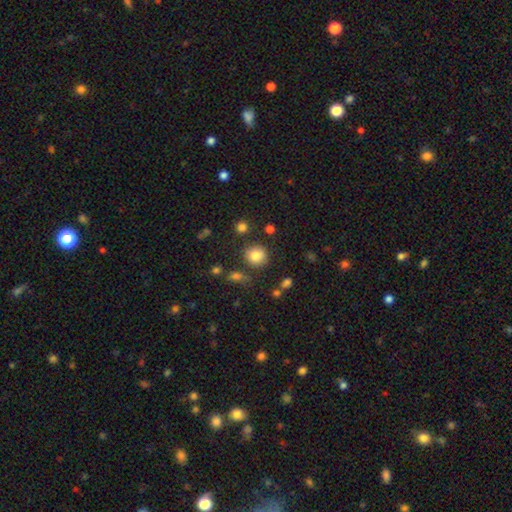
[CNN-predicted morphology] smooth 82%, star or artifact 11%, featured or disk 7%. Down the decision tree: how rounded — round (88%); merging — none (80%).